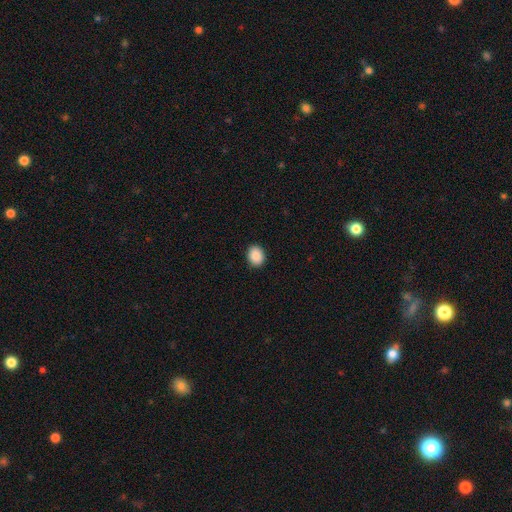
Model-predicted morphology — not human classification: A smooth galaxy with no disk features (89%) that is in between round and cigar-shaped (50%). Merging: none (91%).